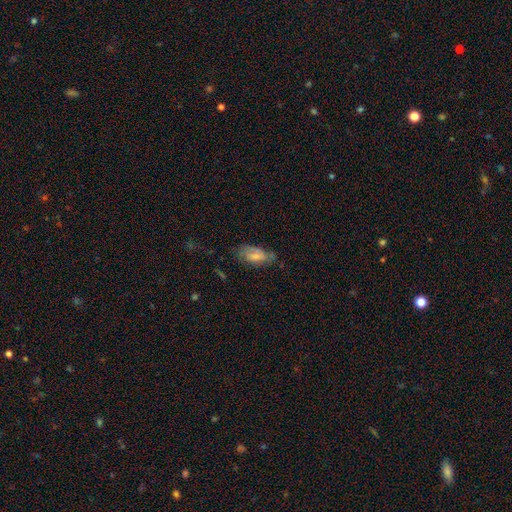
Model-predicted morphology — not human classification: smooth 65%, featured or disk 27%, star or artifact 8%. Down the decision tree: how rounded — in between (88%); merging — none (52%).